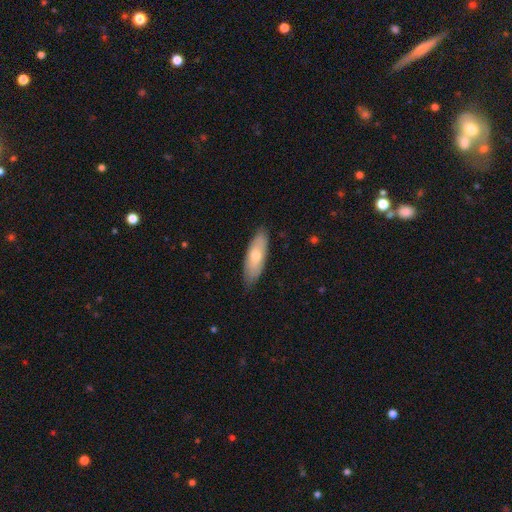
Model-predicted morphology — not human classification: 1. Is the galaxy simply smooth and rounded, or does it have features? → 61% smooth, 33% featured or disk, 6% star or artifact.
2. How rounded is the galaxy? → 65% in between, 33% cigar-shaped, 2% round.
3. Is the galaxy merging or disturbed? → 81% none, 15% minor disturbance, 2% major disturbance, 1% merger.